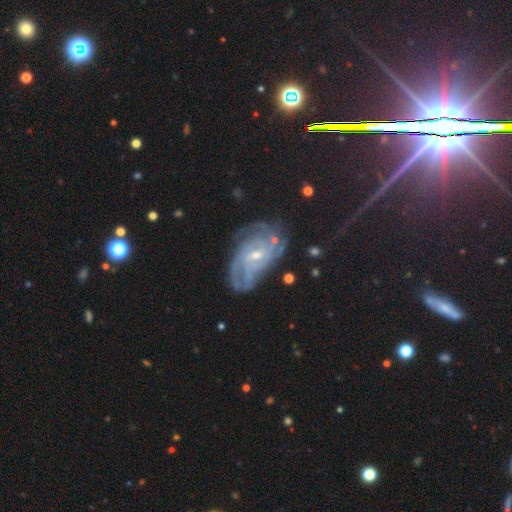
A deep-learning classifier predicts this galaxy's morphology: type=featured or disk (81%); edge-on=no (96%); bar=no (46%); spiral arms=yes (96%); winding=tight (65%); arm count=can't tell (31%); bulge=small (62%); merging=none (69%).